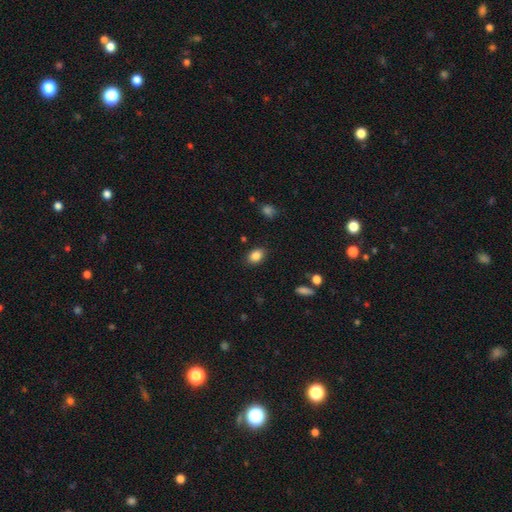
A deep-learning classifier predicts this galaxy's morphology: This is clearly a smooth galaxy (86%). How rounded: likely in between (78%). Merging: clearly none (85%).